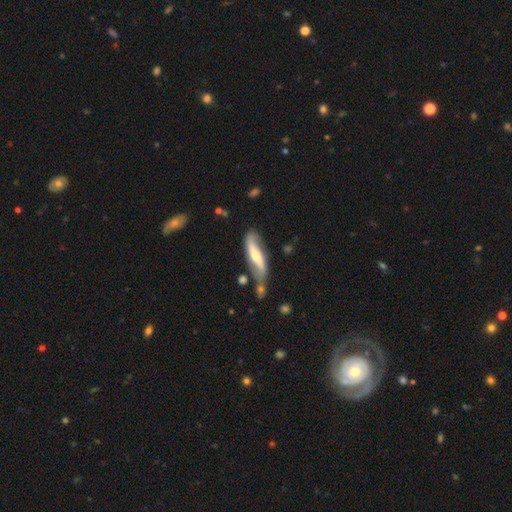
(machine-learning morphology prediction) Q: Smooth or featured?
A: featured or disk (62%); runner-up: smooth (33%)
Q: Edge-on disk?
A: no (72%); runner-up: yes (28%)
Q: Merging?
A: none (60%); runner-up: minor disturbance (22%)